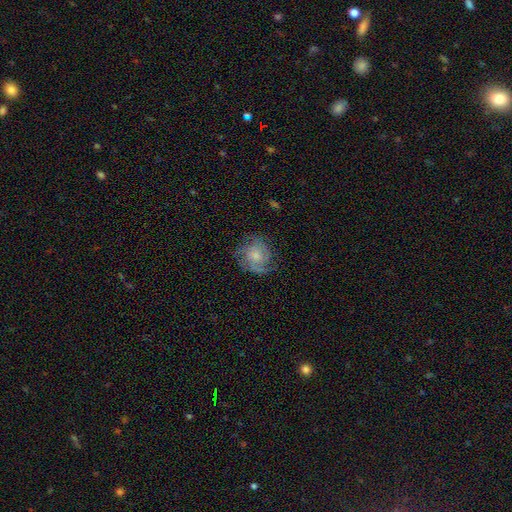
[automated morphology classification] Smooth or featured?
  - featured or disk: 64% *
  - smooth: 28%
  - star or artifact: 8%
Edge-on disk?
  - no: 98% *
  - yes: 2%
Bar?
  - no: 70% *
  - weak: 27%
  - strong: 3%
Spiral arms?
  - yes: 88% *
  - no: 12%
Spiral winding?
  - tight: 43% *
  - medium: 41%
  - loose: 16%
Spiral arm count?
  - can't tell: 32% *
  - 2: 28%
  - 3: 21%
  - 1: 8%
  - 4: 6%
  - more than 4: 5%
Bulge size?
  - small: 45% *
  - moderate: 34%
  - none: 15%
  - large: 5%
  - dominant: 1%
Merging?
  - none: 67% *
  - minor disturbance: 20%
  - major disturbance: 12%
  - merger: 1%